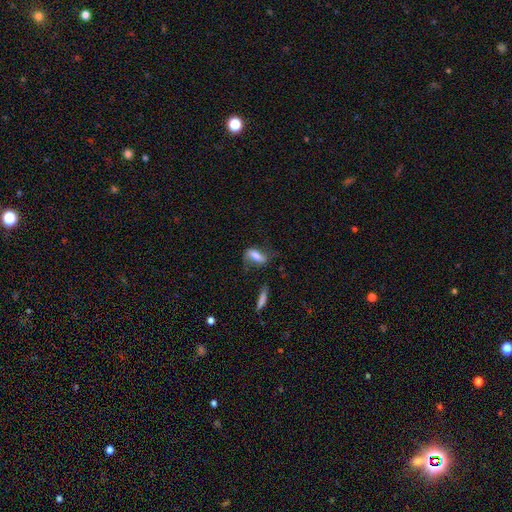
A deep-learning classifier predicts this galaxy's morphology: smooth-or-featured: smooth: 50% | featured or disk: 41% | star or artifact: 9%
  how-rounded: in between: 75% | cigar-shaped: 20% | round: 5%
  merging: none: 52% | minor disturbance: 25% | major disturbance: 19% | merger: 4%